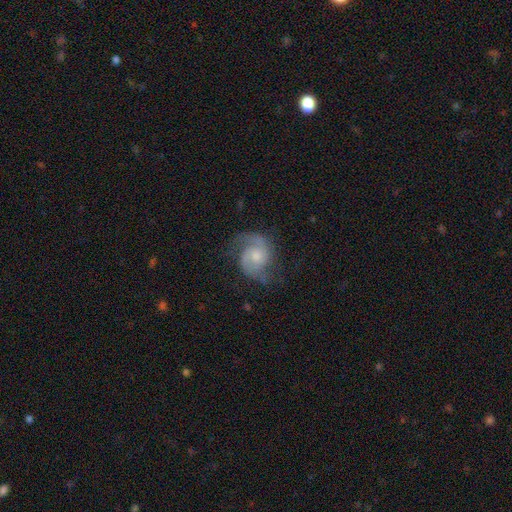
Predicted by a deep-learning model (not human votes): Morphology: type=featured or disk (85%); edge-on=no (98%); bar=no (66%); spiral arms=yes (97%); winding=medium (52%); arm count=2 (87%); bulge=moderate (51%); merging=none (69%).